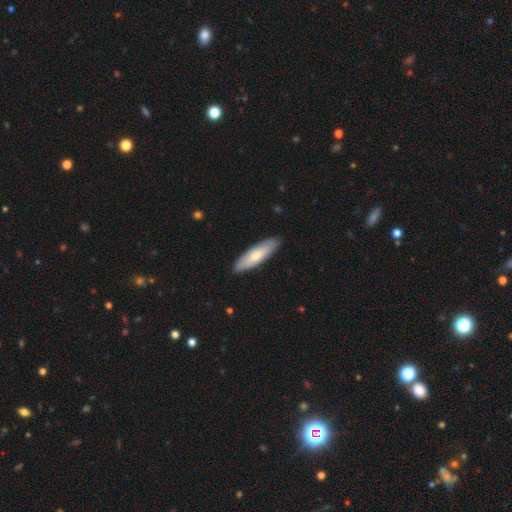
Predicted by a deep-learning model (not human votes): A smooth galaxy with no disk features (69%) that is cigar-shaped (57%).

Vote fractions:
- Smooth or featured? smooth: 69% / featured or disk: 26% / star or artifact: 5%
- How rounded? cigar-shaped: 57% / in between: 41% / round: 2%
- Merging? none: 88% / minor disturbance: 9% / major disturbance: 2% / merger: 1%